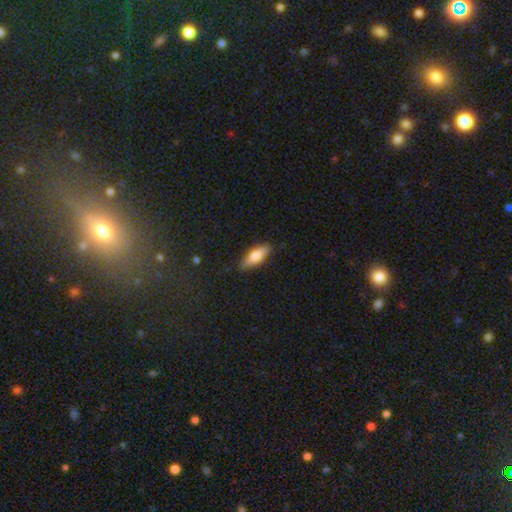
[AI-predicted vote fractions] Q: Smooth or featured?
A: smooth (75%); runner-up: featured or disk (19%)
Q: How rounded?
A: in between (67%); runner-up: cigar-shaped (31%)
Q: Merging?
A: none (82%); runner-up: minor disturbance (14%)